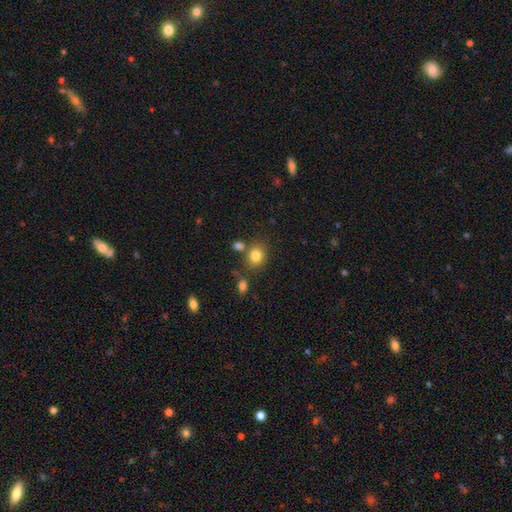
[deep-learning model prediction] Smooth or featured: smooth — 81% (star or artifact — 11%)
How rounded: round — 64% (in between — 35%)
Merging: none — 71% (merger — 13%)